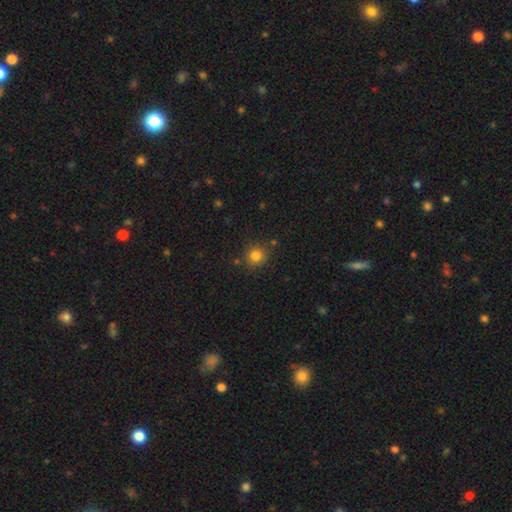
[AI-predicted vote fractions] Smooth or featured?
  - smooth: 82% *
  - star or artifact: 13%
  - featured or disk: 6%
How rounded?
  - round: 90% *
  - in between: 10%
  - cigar-shaped: 1%
Merging?
  - none: 82% *
  - minor disturbance: 10%
  - merger: 4%
  - major disturbance: 3%